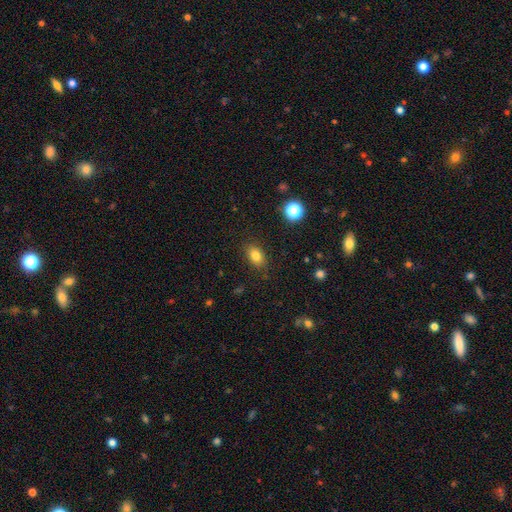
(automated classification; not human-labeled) smooth 81%, star or artifact 11%, featured or disk 7%. Down the decision tree: how rounded — in between (77%); merging — none (84%).